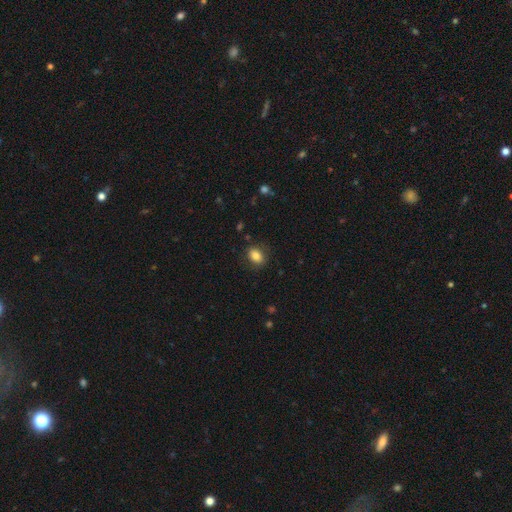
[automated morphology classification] type=smooth (84%); roundness=in between (71%); merging=none (83%).